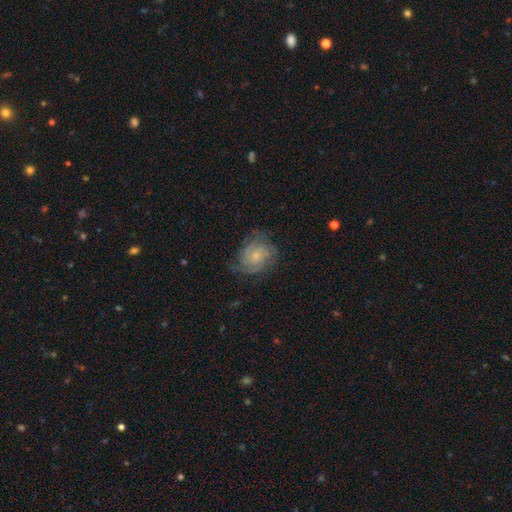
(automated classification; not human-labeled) Smooth or featured: featured or disk — 76% (smooth — 16%)
Edge-on disk: no — 98% (yes — 2%)
Bar: no — 73% (weak — 23%)
Spiral arms: yes — 93% (no — 7%)
Spiral winding: tight — 60% (medium — 32%)
Spiral arm count: can't tell — 33% (3 — 22%)
Bulge size: small — 70% (moderate — 21%)
Merging: none — 68% (minor disturbance — 20%)